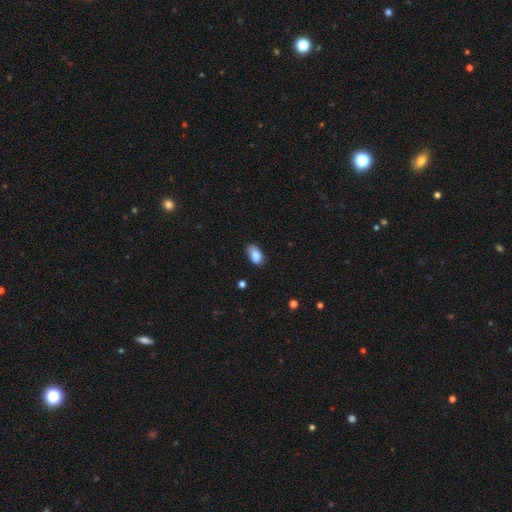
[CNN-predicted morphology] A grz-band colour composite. It shows a smooth galaxy with no disk features (86%) that is in between round and cigar-shaped (92%). Merging: none (65%).